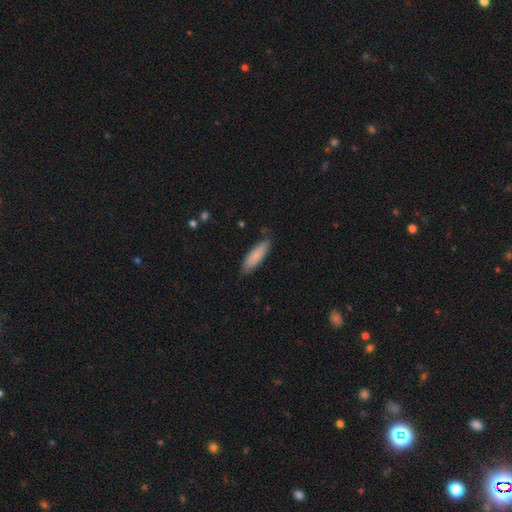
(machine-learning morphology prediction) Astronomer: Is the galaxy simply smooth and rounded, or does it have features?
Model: smooth — 82%.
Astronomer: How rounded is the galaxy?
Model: cigar-shaped — 56% (runner-up: in between, 43%).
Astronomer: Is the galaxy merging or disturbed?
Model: none — 82%.